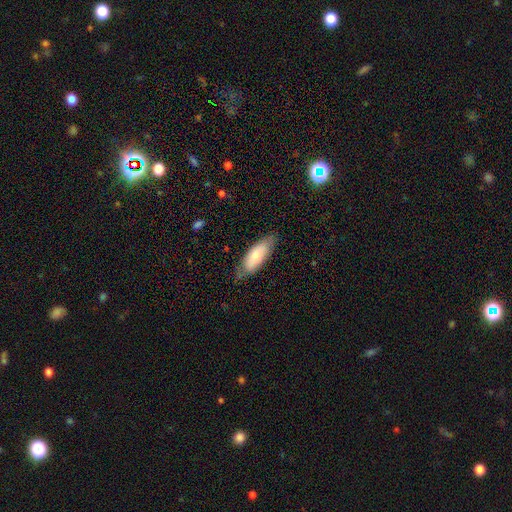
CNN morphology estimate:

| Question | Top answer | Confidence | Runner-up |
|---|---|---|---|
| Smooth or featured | smooth | 75% | featured or disk (20%) |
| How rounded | in between | 71% | cigar-shaped (27%) |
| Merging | none | 72% | minor disturbance (22%) |